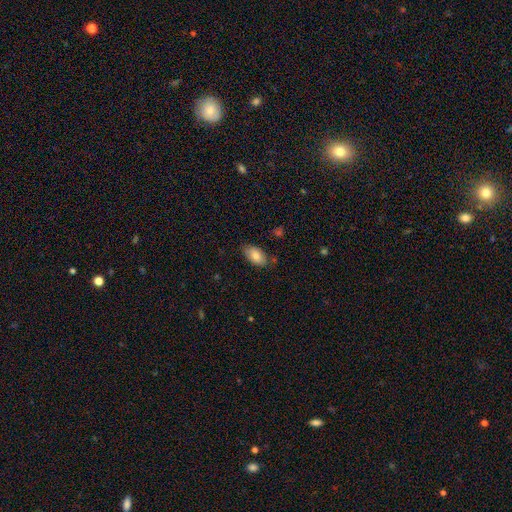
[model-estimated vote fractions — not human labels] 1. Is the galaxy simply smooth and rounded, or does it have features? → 81% smooth, 12% featured or disk, 7% star or artifact.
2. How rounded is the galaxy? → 94% in between, 4% round, 2% cigar-shaped.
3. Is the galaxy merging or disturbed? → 79% none, 16% minor disturbance, 3% major disturbance, 2% merger.